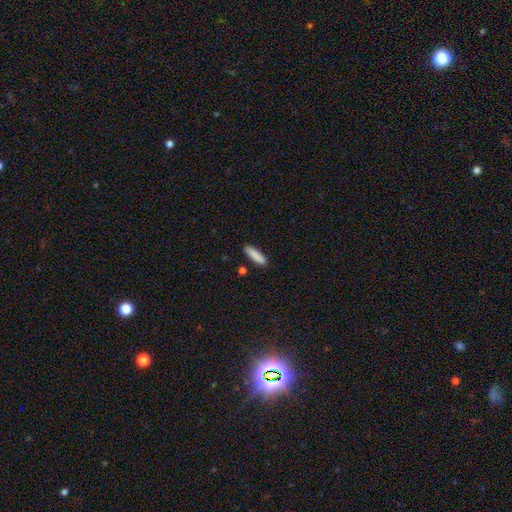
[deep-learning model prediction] The model was most divided on "how rounded": cigar-shaped: 74%, in between: 25%, round: 2%. More confident: smooth or featured — smooth (87%); merging — none (87%).